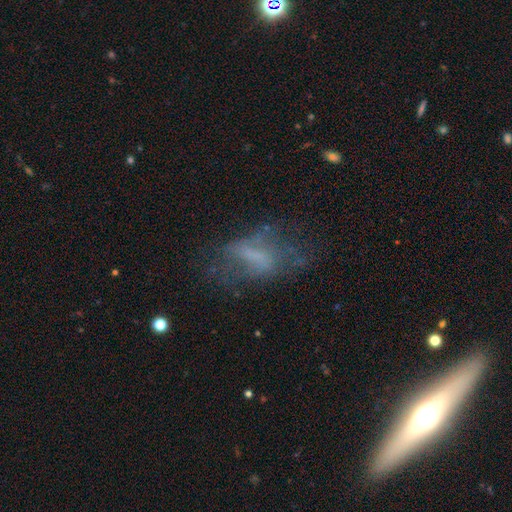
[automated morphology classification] featured or disk 45%, smooth 39%, star or artifact 17%. Down the decision tree: merging — none (46%).